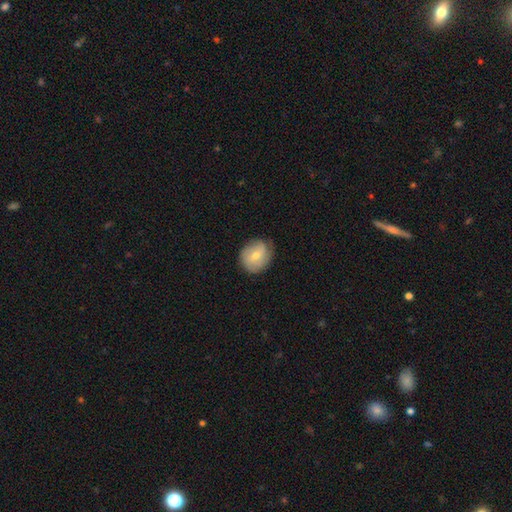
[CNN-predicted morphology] smooth_or_featured: smooth (p=0.52) [alt: featured or disk p=0.41]
how_rounded: round (p=0.72) [alt: in between p=0.27]
merging: none (p=0.71) [alt: minor disturbance p=0.22]